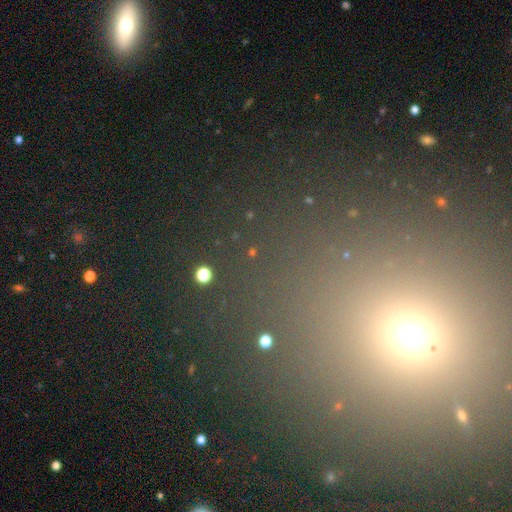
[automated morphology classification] The model was most divided on "smooth or featured": star or artifact: 53%, smooth: 39%, featured or disk: 8%.